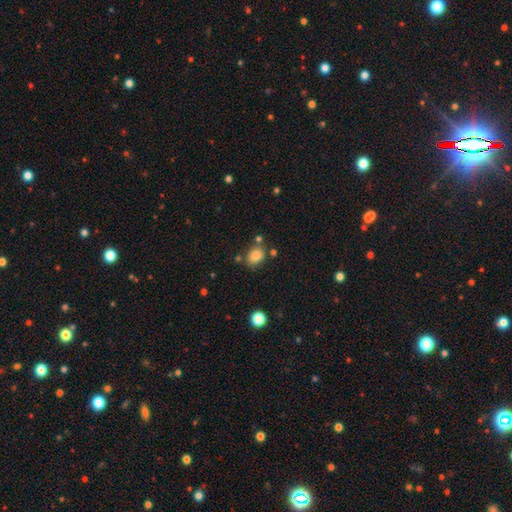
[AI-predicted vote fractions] Morphology: type=smooth (84%); roundness=in between (63%); merging=none (70%).